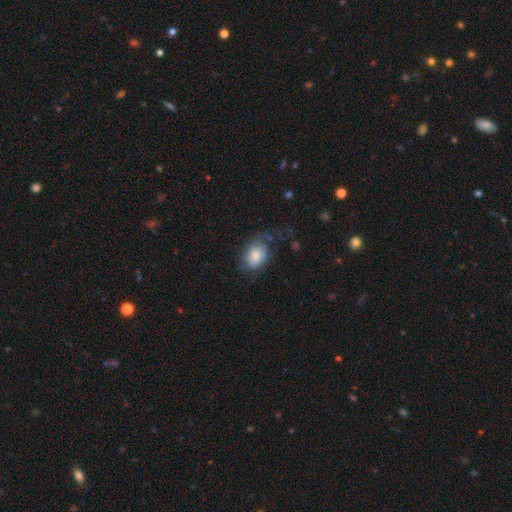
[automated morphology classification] The model was most divided on "merging": none: 48%, minor disturbance: 28%, major disturbance: 21%, merger: 3%. More confident: smooth or featured — smooth (77%); how rounded — in between (75%).